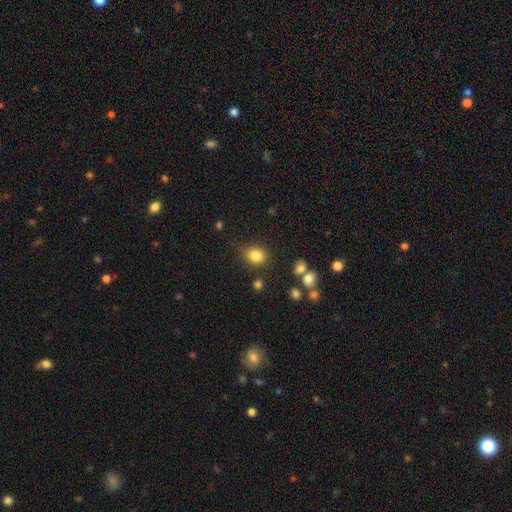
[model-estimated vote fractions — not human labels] A smooth galaxy with no disk features (83%) that is round (56%).

Vote fractions:
- Smooth or featured? smooth: 83% / star or artifact: 11% / featured or disk: 6%
- How rounded? round: 56% / in between: 43% / cigar-shaped: 1%
- Merging? none: 79% / minor disturbance: 14% / major disturbance: 4% / merger: 4%